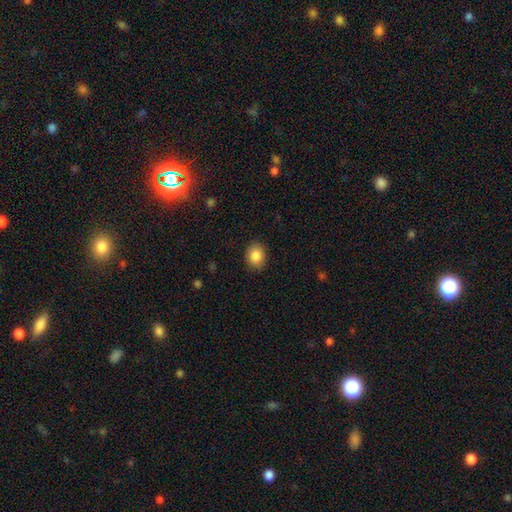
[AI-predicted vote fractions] Overall: smooth (86%). How rounded: round (50%; in between 49%). Merging: none (88%).